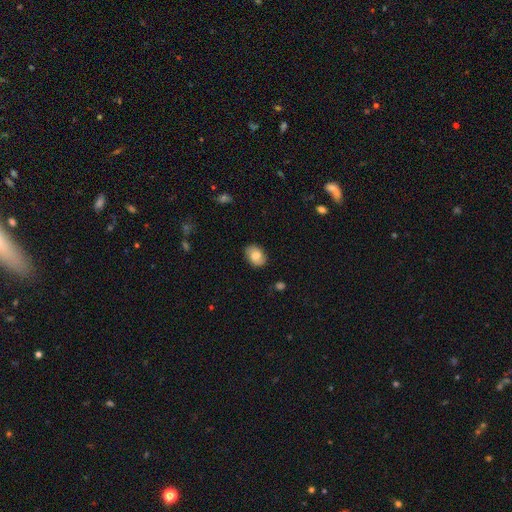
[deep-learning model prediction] A smooth galaxy with no disk features (76%) that is in between round and cigar-shaped (70%).

Vote fractions:
- Smooth or featured? smooth: 76% / featured or disk: 16% / star or artifact: 8%
- How rounded? in between: 70% / round: 29% / cigar-shaped: 1%
- Merging? none: 84% / minor disturbance: 12% / major disturbance: 3% / merger: 1%